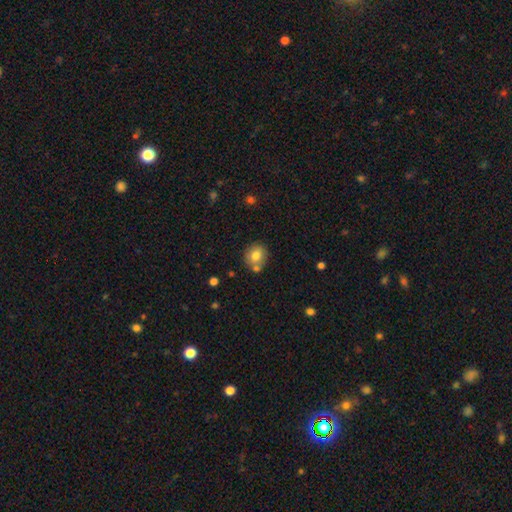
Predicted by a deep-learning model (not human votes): smooth-or-featured: smooth: 78% | featured or disk: 13% | star or artifact: 10%
  how-rounded: round: 74% | in between: 25% | cigar-shaped: 1%
  merging: none: 70% | merger: 15% | minor disturbance: 12% | major disturbance: 3%